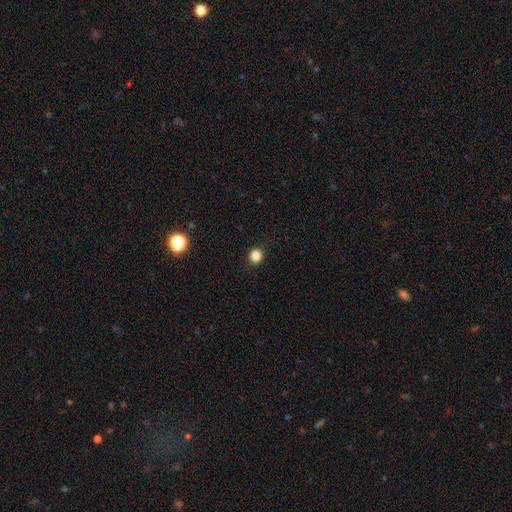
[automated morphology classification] Smooth or featured? smooth (84%)
How rounded? round (82%)
Merging? none (89%)